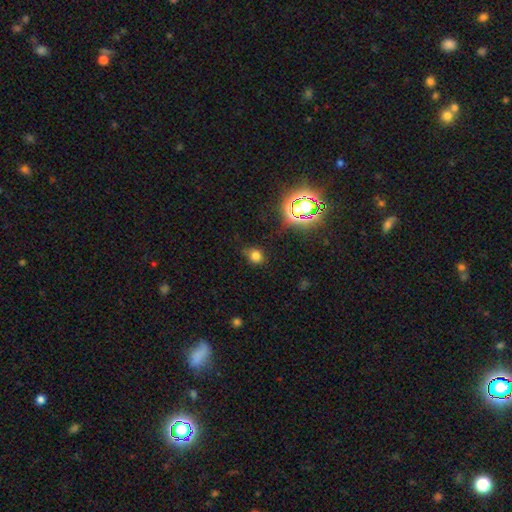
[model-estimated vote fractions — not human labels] This appears to be a smooth galaxy with no disk features (72%) that is round (74%). Merging: none (70%).